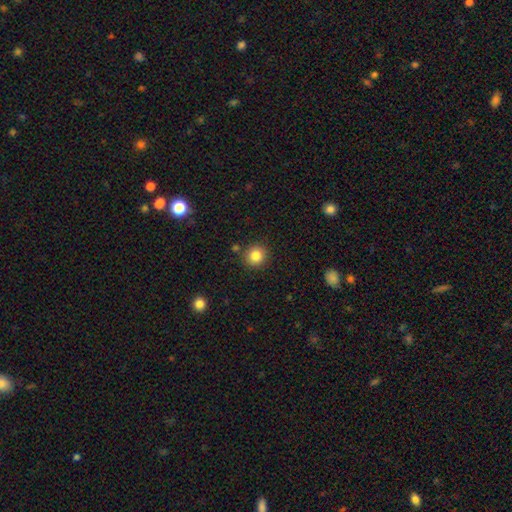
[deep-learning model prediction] smooth-or-featured: smooth: 84% | star or artifact: 11% | featured or disk: 6%
  how-rounded: round: 92% | in between: 7% | cigar-shaped: 1%
  merging: none: 87% | minor disturbance: 7% | merger: 3% | major disturbance: 2%